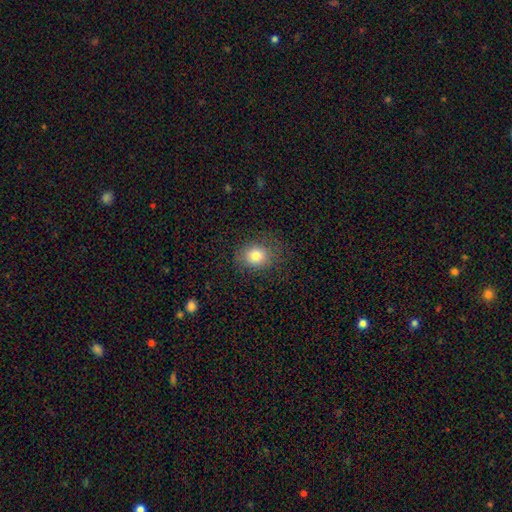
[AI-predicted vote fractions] This is likely a smooth galaxy (80%). How rounded: possibly round (58%). Merging: likely none (79%).